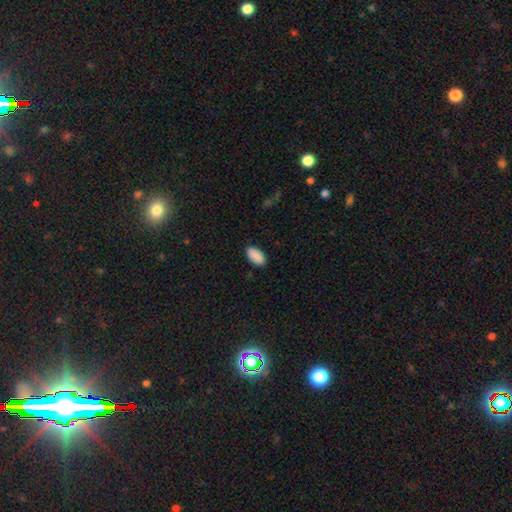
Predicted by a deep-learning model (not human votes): A smooth galaxy with no disk features (90%) that is in between round and cigar-shaped (94%). Merging: none (88%).